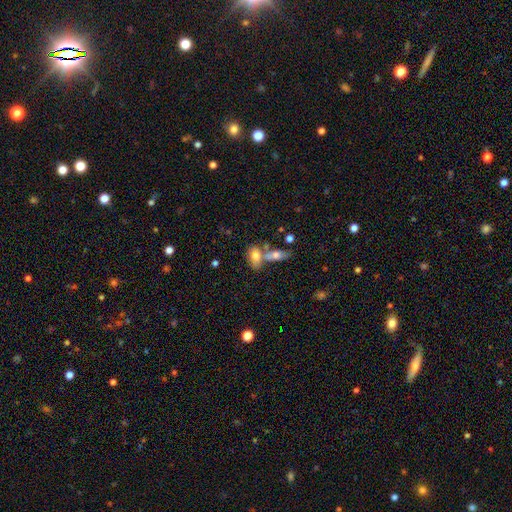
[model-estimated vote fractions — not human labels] The model was most divided on "merging": merger: 51%, none: 35%, minor disturbance: 10%, major disturbance: 4%. More confident: how rounded — in between (87%); smooth or featured — smooth (74%).